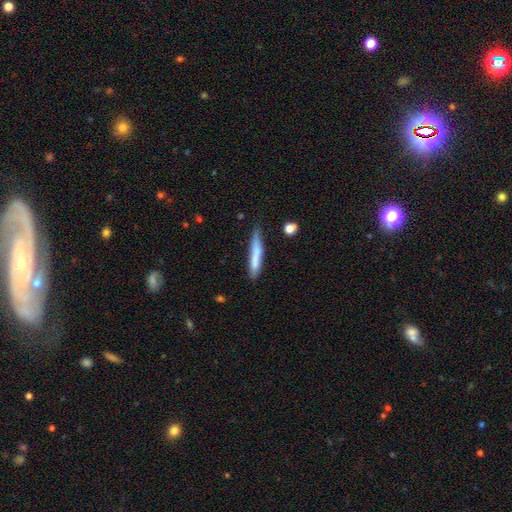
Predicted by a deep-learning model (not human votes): smooth 70%, featured or disk 23%, star or artifact 6%. Down the decision tree: how rounded — cigar-shaped (92%); merging — none (71%).